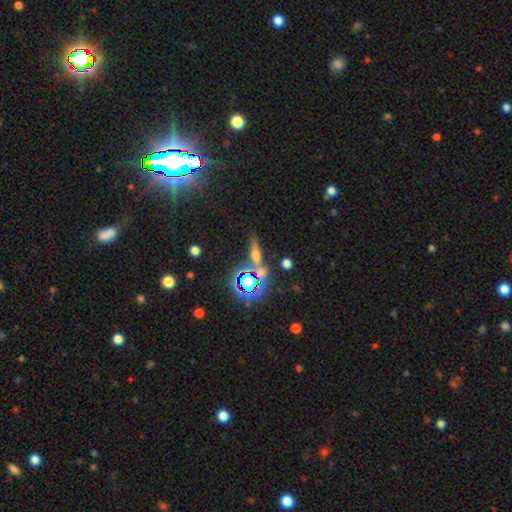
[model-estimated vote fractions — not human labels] This is marginally a smooth galaxy (38%). Merging: likely none (73%).